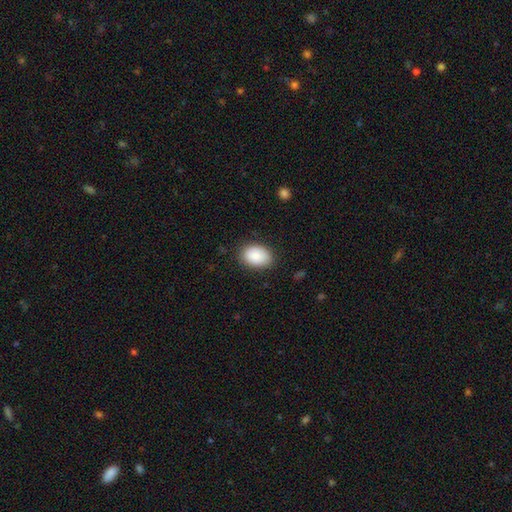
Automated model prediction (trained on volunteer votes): smooth-or-featured: smooth: 89% | star or artifact: 6% | featured or disk: 5%
  how-rounded: in between: 84% | round: 15% | cigar-shaped: 1%
  merging: none: 84% | minor disturbance: 12% | major disturbance: 3% | merger: 1%